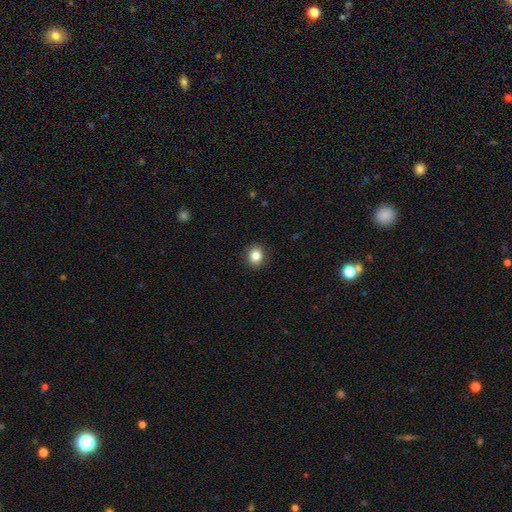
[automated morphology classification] Smooth or featured? smooth (84%)
How rounded? round (80%)
Merging? none (91%)